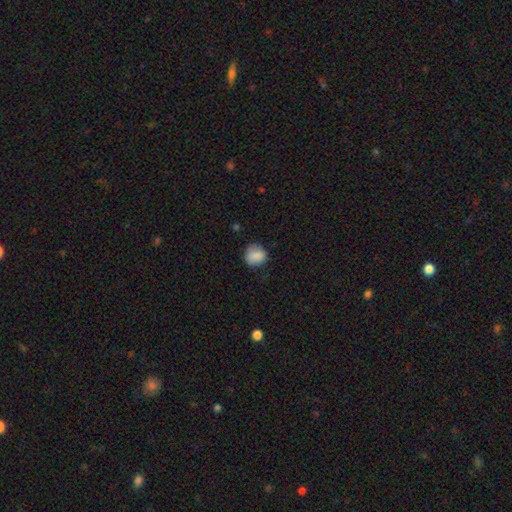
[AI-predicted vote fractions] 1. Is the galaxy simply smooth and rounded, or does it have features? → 84% smooth, 8% star or artifact, 7% featured or disk.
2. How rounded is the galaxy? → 79% round, 20% in between, 1% cigar-shaped.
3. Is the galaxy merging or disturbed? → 70% none, 23% minor disturbance, 6% major disturbance, 2% merger.